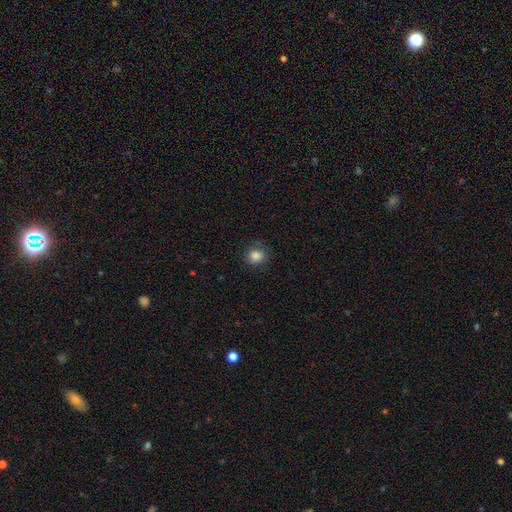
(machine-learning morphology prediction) smooth 85%, star or artifact 10%, featured or disk 5%. Down the decision tree: how rounded — round (82%); merging — none (79%).